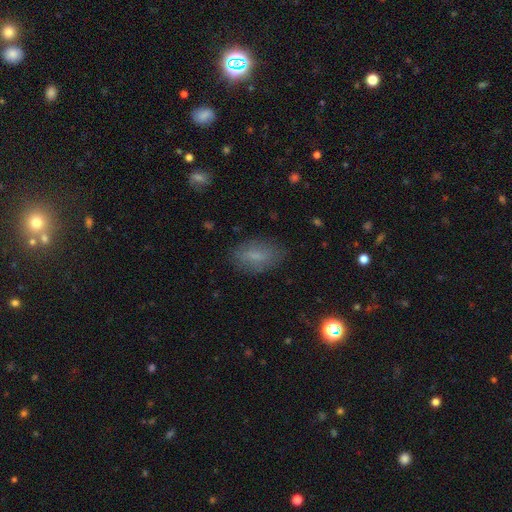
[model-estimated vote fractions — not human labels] A smooth galaxy with no disk features (73%) that is in between round and cigar-shaped (86%). Merging: none (78%).